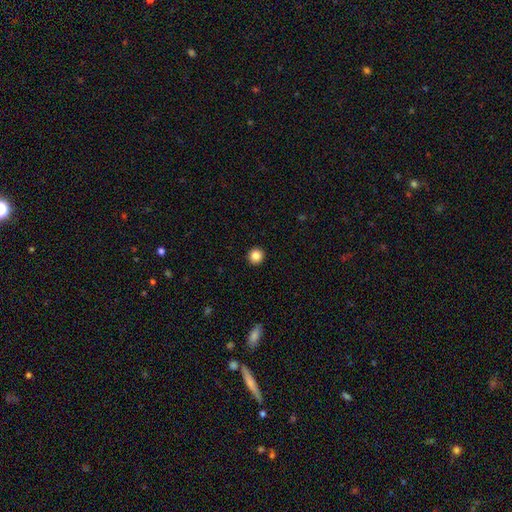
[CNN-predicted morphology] Smooth or featured? smooth (85%)
How rounded? round (94%)
Merging? none (94%)